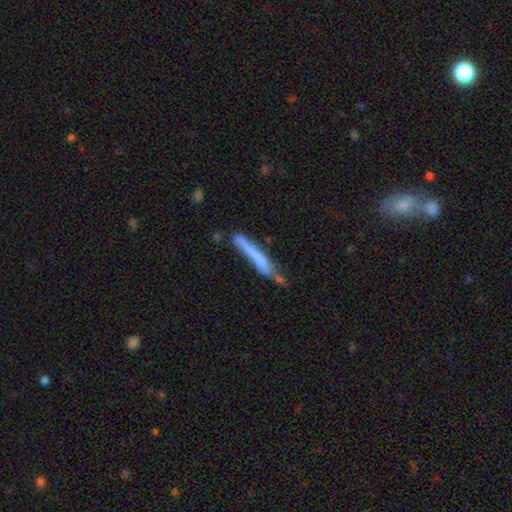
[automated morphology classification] The model was most divided on "smooth or featured": smooth: 56%, featured or disk: 37%, star or artifact: 7%. More confident: how rounded — cigar-shaped (95%); merging — none (55%).